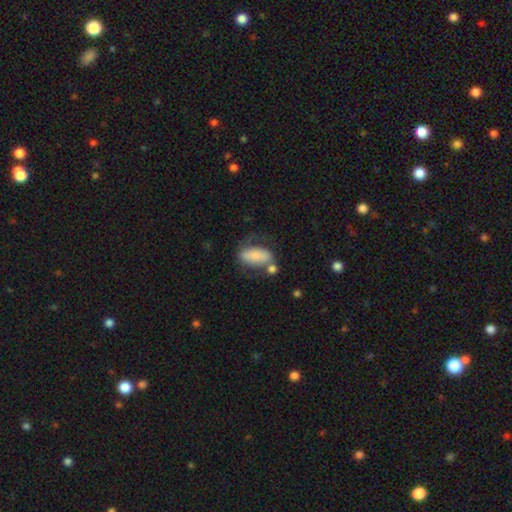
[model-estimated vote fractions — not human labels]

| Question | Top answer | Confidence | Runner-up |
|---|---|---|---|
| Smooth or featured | smooth | 63% | featured or disk (30%) |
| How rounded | in between | 86% | cigar-shaped (9%) |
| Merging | none | 40% | merger (22%) |